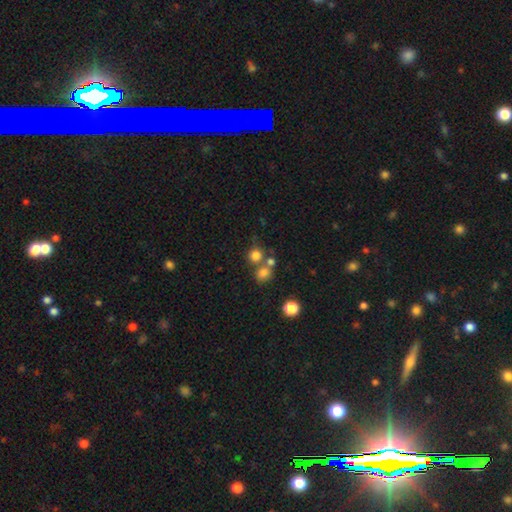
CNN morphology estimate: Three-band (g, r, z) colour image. It shows a smooth galaxy with no disk features (76%) that is round (85%). Merging: none (55%).